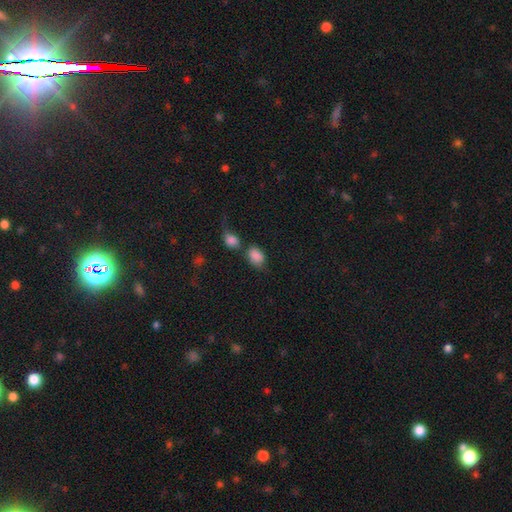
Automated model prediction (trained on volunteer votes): This is clearly a smooth galaxy (85%). How rounded: clearly in between (81%). Merging: marginally none (44%).